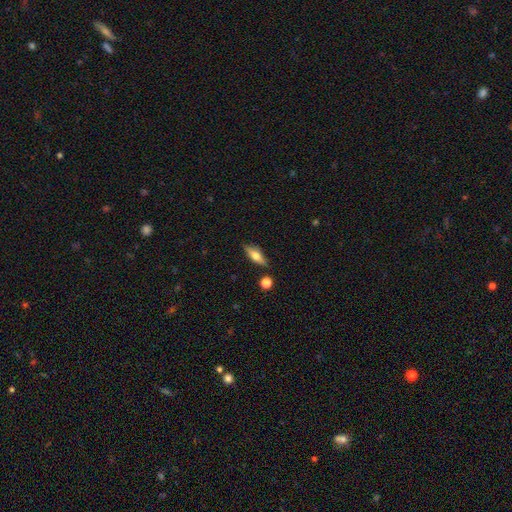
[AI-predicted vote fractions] Smooth or featured? smooth (53%)
How rounded? in between (56%)
Merging? none (83%)